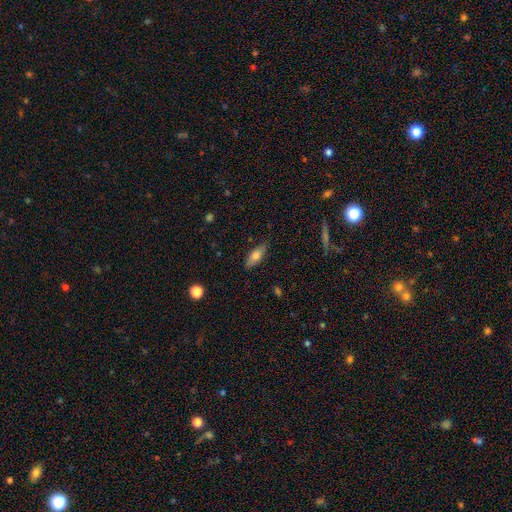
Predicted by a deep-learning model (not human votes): Q: Smooth or featured?
A: smooth (68%); runner-up: featured or disk (25%)
Q: How rounded?
A: in between (70%); runner-up: cigar-shaped (27%)
Q: Merging?
A: none (84%); runner-up: minor disturbance (12%)